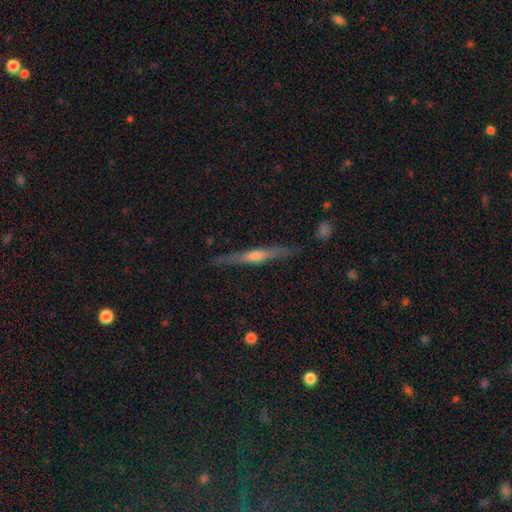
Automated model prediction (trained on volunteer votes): Morphology: type=featured or disk (76%); edge-on=yes (97%); edge-on bulge=rounded (82%); merging=none (88%).